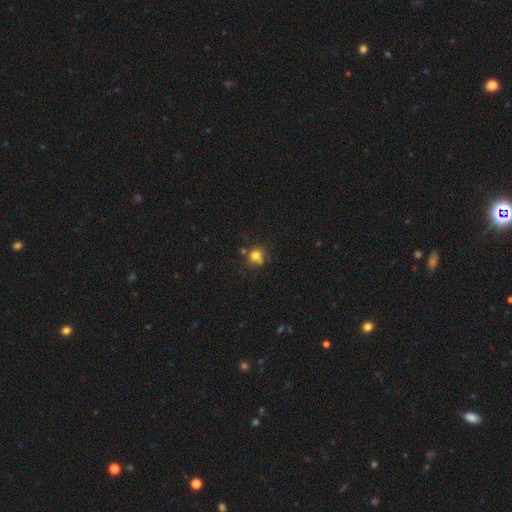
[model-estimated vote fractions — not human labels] Smooth or featured: smooth — 74% (star or artifact — 15%)
How rounded: round — 79% (in between — 20%)
Merging: none — 58% (minor disturbance — 18%)